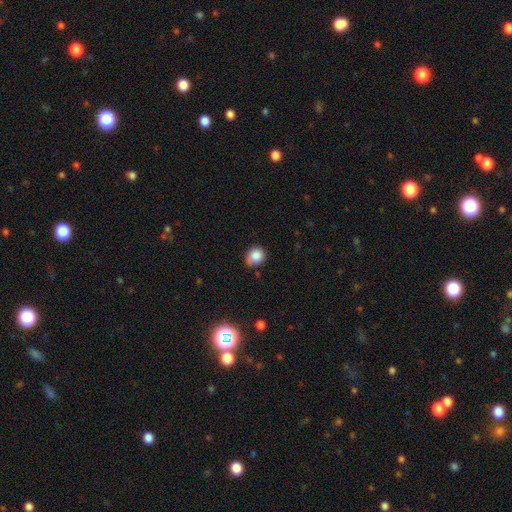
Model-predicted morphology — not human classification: smooth 83%, star or artifact 10%, featured or disk 7%. Down the decision tree: how rounded — round (73%); merging — none (59%).